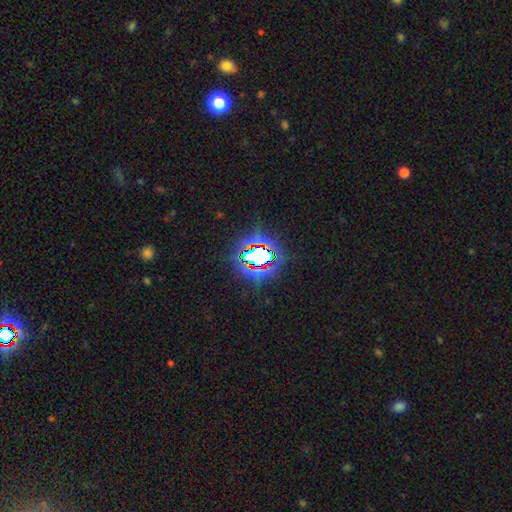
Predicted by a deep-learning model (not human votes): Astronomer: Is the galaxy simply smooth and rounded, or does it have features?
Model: star or artifact — 65%.